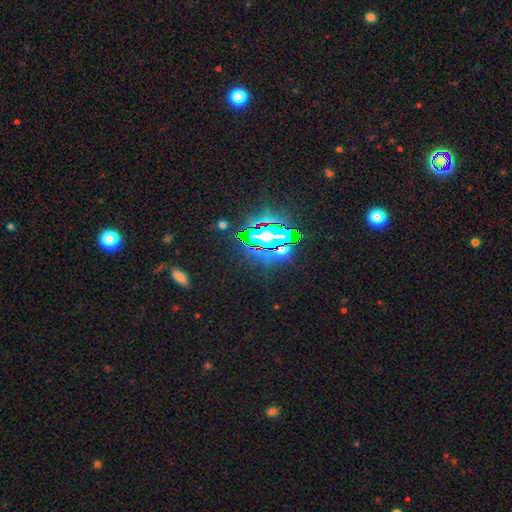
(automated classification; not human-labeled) This appears to be a star or artifact, not a galaxy (84%).